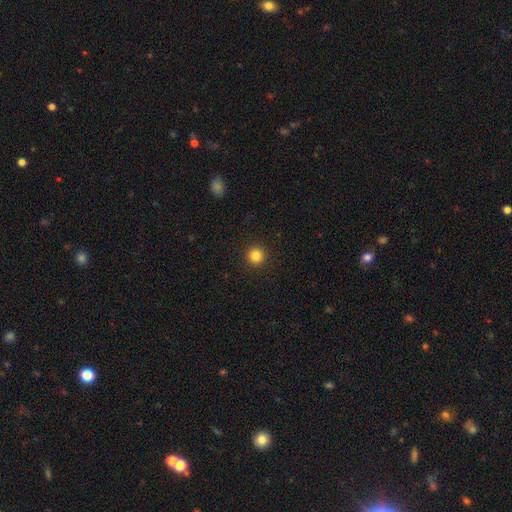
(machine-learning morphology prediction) smooth 84%, star or artifact 12%, featured or disk 4%. Down the decision tree: how rounded — round (96%); merging — none (93%).